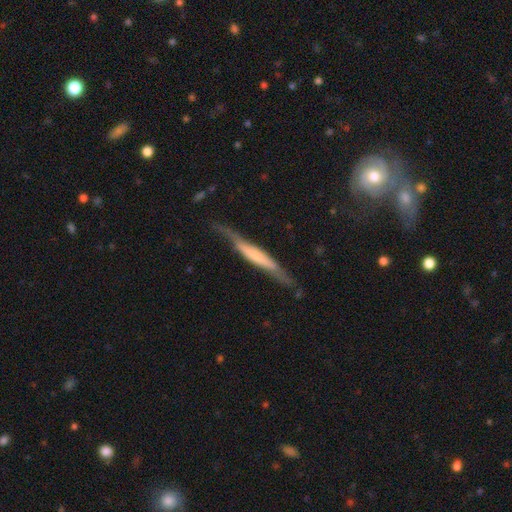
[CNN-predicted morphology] featured or disk 58%, smooth 36%, star or artifact 6%. Down the decision tree: edge-on disk — yes (89%); edge-on bulge — none (41%); merging — none (65%).